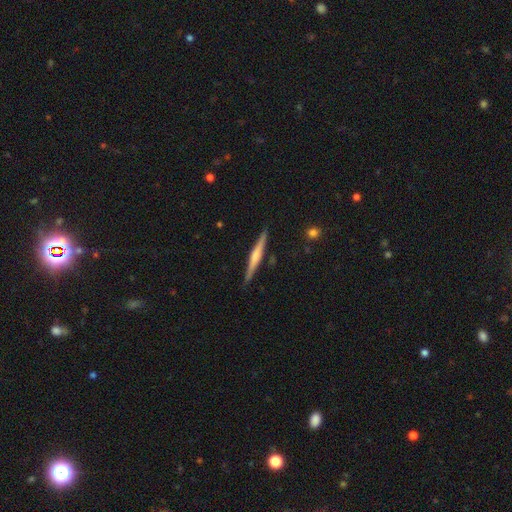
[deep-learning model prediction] featured or disk 60%, smooth 35%, star or artifact 5%. Down the decision tree: edge-on disk — yes (98%); edge-on bulge — rounded (56%); merging — none (89%).